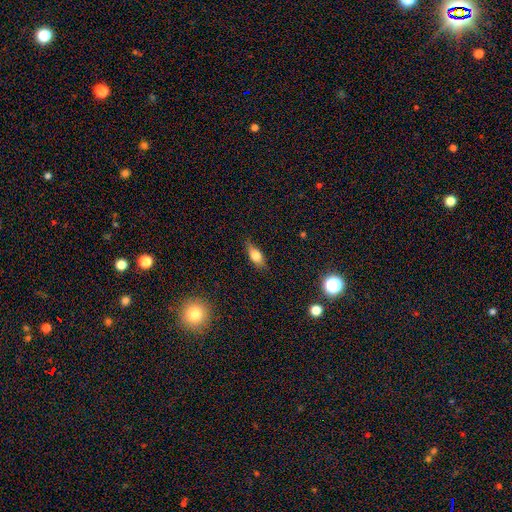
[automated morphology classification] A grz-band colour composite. It shows a smooth galaxy with no disk features (72%) that is in between round and cigar-shaped (77%). Merging: none (78%).